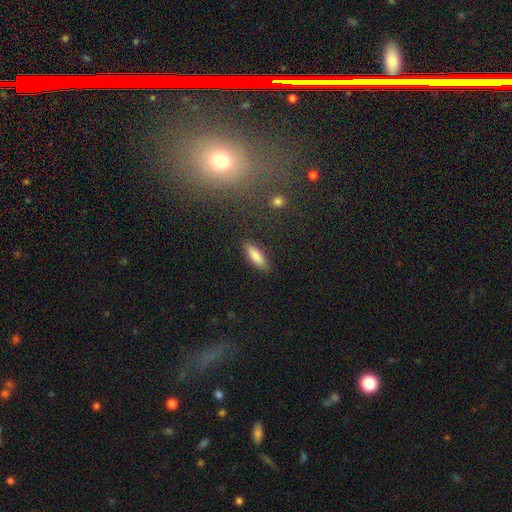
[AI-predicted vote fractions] This appears to be a smooth galaxy with no disk features (83%) that is in between round and cigar-shaped (55%). Merging: none (87%).